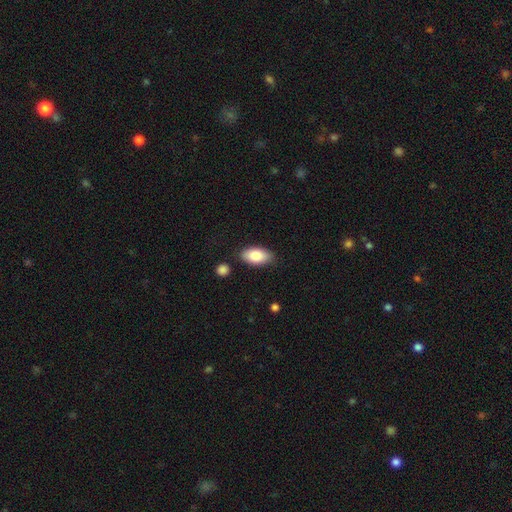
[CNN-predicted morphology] This is clearly a smooth galaxy (84%). How rounded: clearly in between (93%). Merging: clearly none (82%).